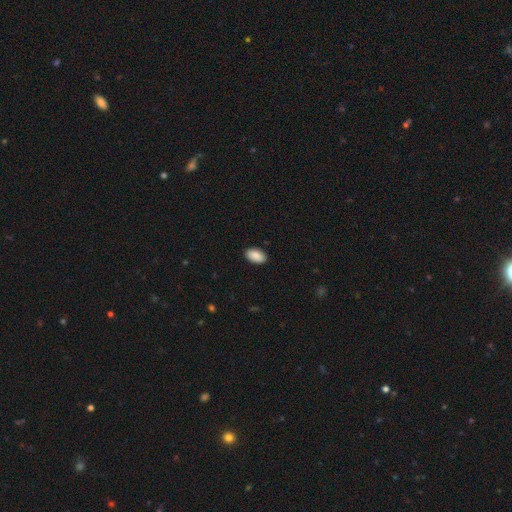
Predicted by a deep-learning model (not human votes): Smooth or featured?
  - smooth: 90% *
  - star or artifact: 7%
  - featured or disk: 3%
How rounded?
  - in between: 95% *
  - round: 4%
  - cigar-shaped: 2%
Merging?
  - none: 90% *
  - minor disturbance: 8%
  - major disturbance: 2%
  - merger: 1%